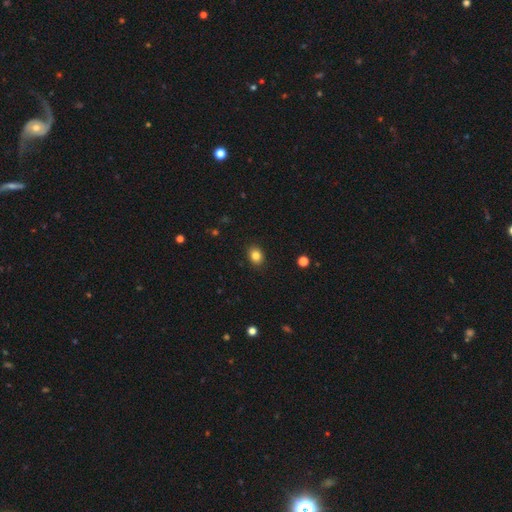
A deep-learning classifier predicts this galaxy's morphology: smooth 84%, star or artifact 11%, featured or disk 6%. Down the decision tree: how rounded — in between (51%); merging — none (89%).